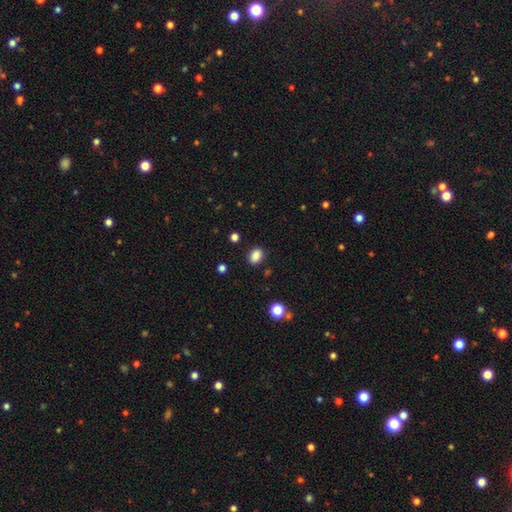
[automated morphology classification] The model was most divided on "how rounded": in between: 72%, round: 27%, cigar-shaped: 1%. More confident: smooth or featured — smooth (86%); merging — none (86%).